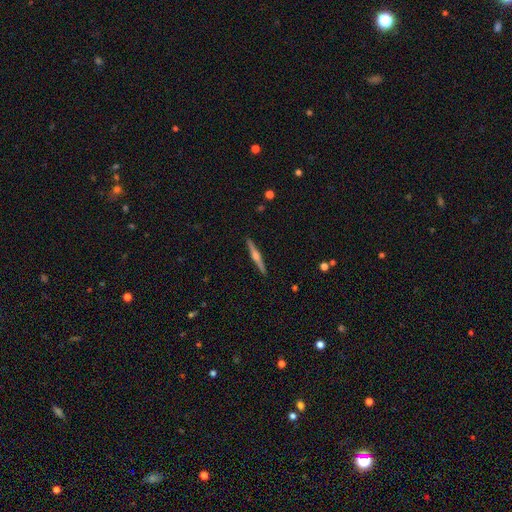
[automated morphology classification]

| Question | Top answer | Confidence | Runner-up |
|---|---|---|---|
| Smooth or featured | featured or disk | 77% | smooth (17%) |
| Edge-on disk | yes | 98% | no (2%) |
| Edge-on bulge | rounded | 88% | boxy (6%) |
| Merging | none | 92% | minor disturbance (5%) |